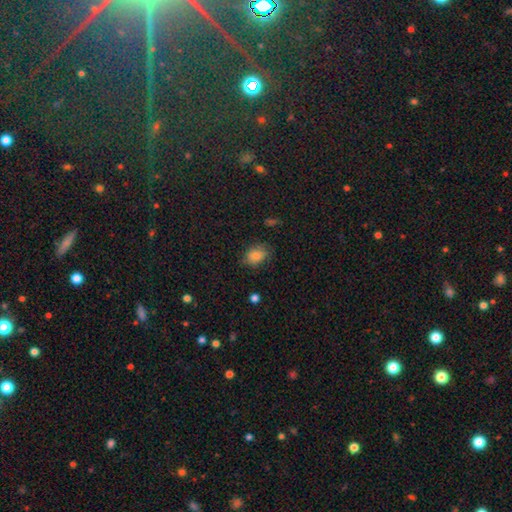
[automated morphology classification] Overall: smooth (82%). How rounded: in between (66%; round 33%). Merging: none (69%).